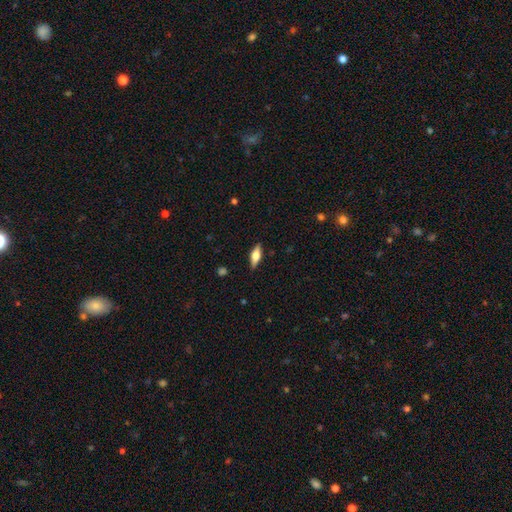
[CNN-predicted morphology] Smooth or featured? Predicted: smooth (p=0.48). Merging? Predicted: none (p=0.86).